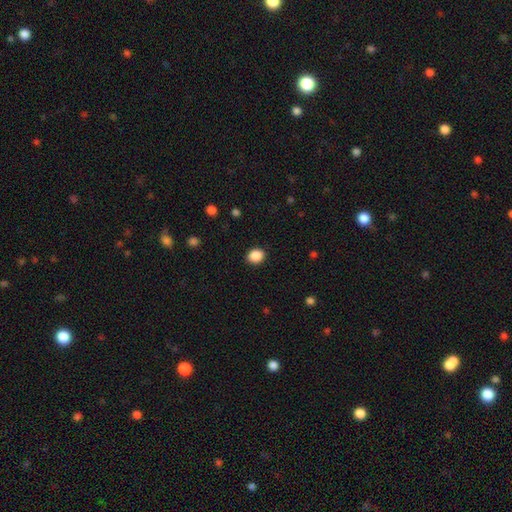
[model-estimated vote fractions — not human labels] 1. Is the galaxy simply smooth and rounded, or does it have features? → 88% smooth, 9% star or artifact, 3% featured or disk.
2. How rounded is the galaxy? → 57% round, 42% in between, 1% cigar-shaped.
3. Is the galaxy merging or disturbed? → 90% none, 7% minor disturbance, 2% major disturbance, 1% merger.